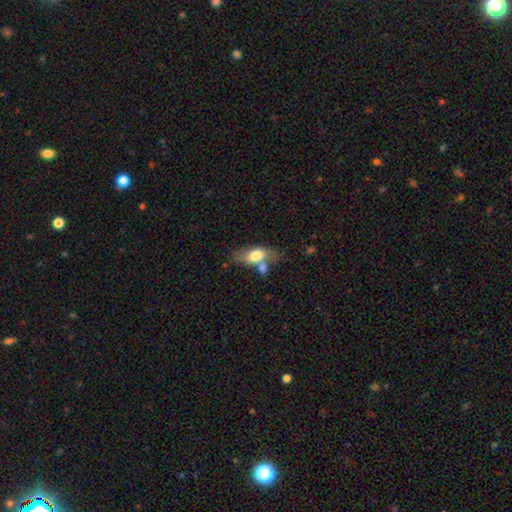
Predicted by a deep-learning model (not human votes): This is likely a smooth galaxy (68%). How rounded: clearly in between (82%). Merging: possibly none (47%).